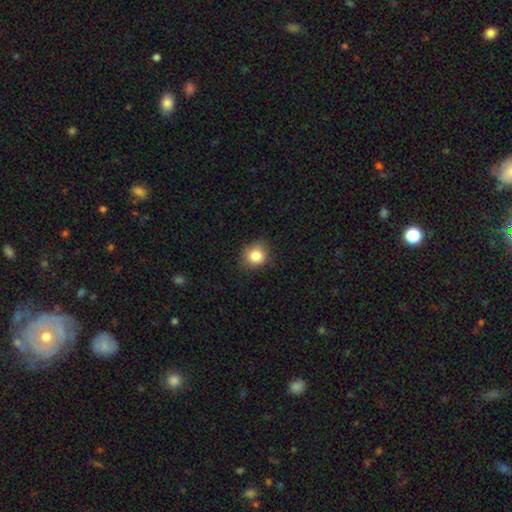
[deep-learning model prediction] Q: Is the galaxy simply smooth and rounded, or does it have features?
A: smooth — 84%.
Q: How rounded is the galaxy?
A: round — 81%.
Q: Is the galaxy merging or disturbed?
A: none — 81%.